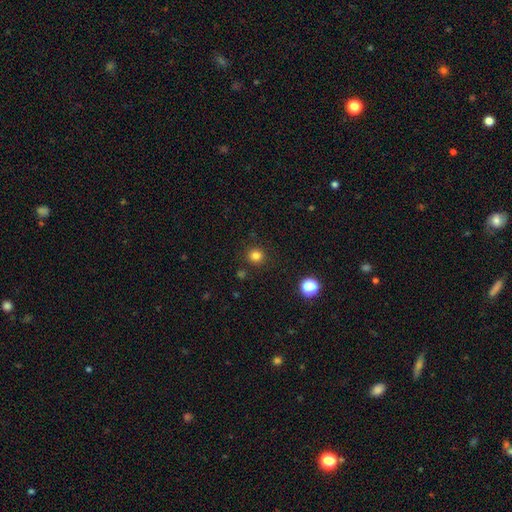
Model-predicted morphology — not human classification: Smooth or featured: smooth — 81% (star or artifact — 14%)
How rounded: round — 92% (in between — 7%)
Merging: none — 90% (minor disturbance — 6%)